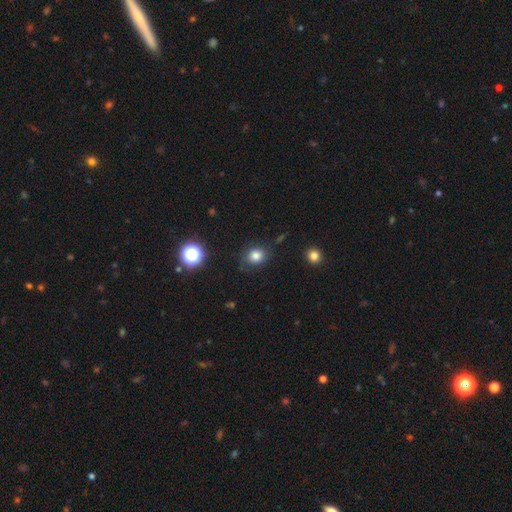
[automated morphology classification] The model was most divided on "how rounded": round: 67%, in between: 32%, cigar-shaped: 1%. More confident: merging — none (79%); smooth or featured — smooth (79%).